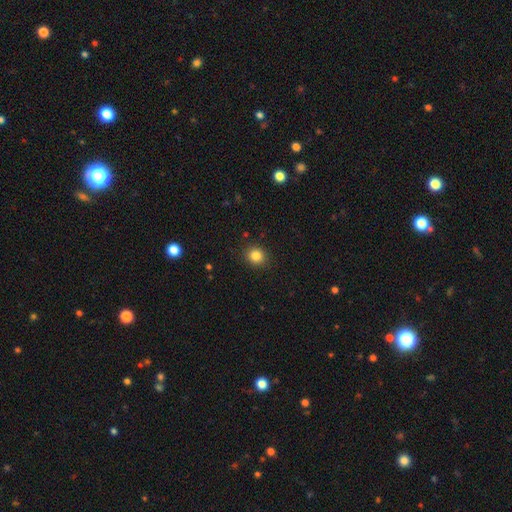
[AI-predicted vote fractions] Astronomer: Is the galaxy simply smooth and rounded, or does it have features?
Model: smooth — 84%.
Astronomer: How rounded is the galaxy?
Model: round — 82%.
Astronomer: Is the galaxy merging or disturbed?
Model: none — 90%.